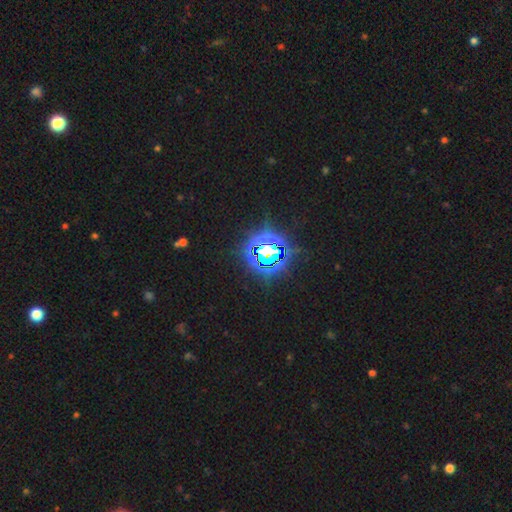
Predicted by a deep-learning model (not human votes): smooth-or-featured: star or artifact: 80% | smooth: 11% | featured or disk: 9%